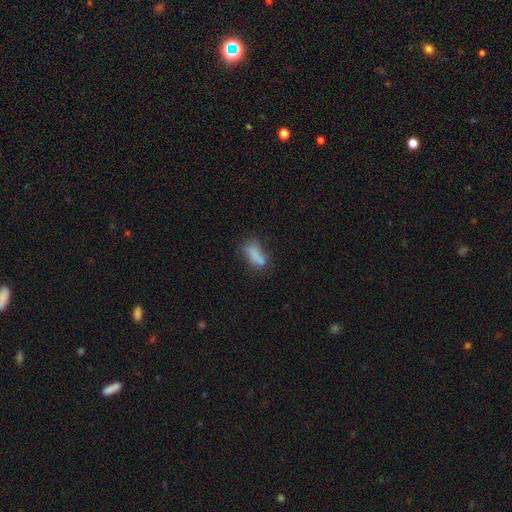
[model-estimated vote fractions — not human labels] smooth 75%, featured or disk 14%, star or artifact 11%. Down the decision tree: how rounded — in between (72%); merging — none (44%).